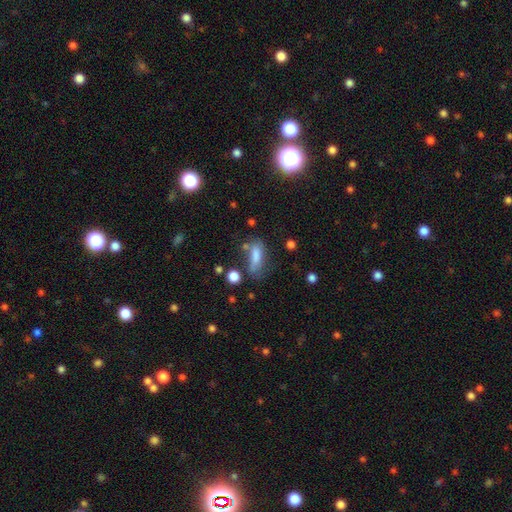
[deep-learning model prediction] Q: Smooth or featured?
A: smooth (76%); runner-up: featured or disk (14%)
Q: How rounded?
A: in between (64%); runner-up: cigar-shaped (32%)
Q: Merging?
A: none (45%); runner-up: minor disturbance (27%)